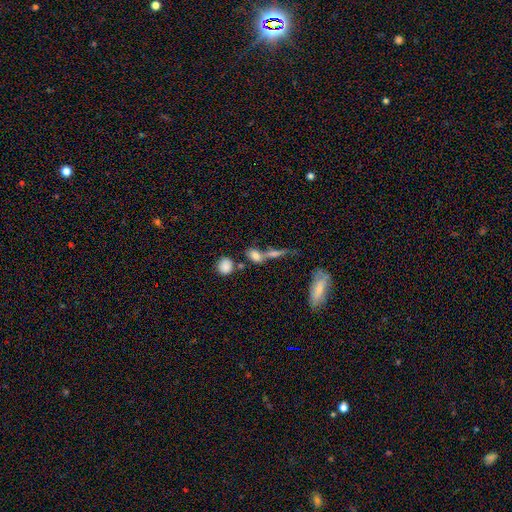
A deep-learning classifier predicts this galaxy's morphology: Smooth or featured: smooth — 71% (featured or disk — 17%)
How rounded: in between — 55% (round — 29%)
Merging: none — 47% (merger — 36%)